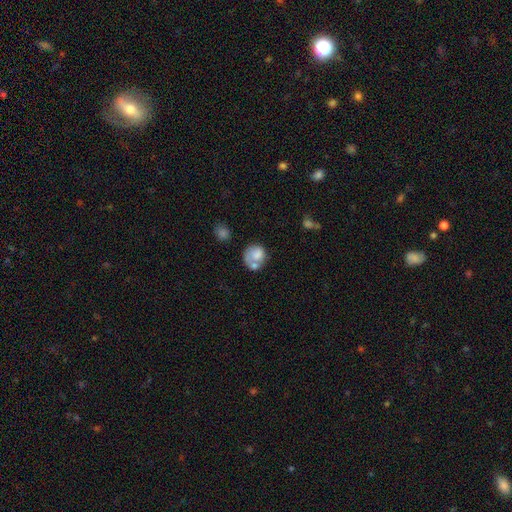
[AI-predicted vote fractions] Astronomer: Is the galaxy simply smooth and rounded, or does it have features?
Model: smooth — 68%.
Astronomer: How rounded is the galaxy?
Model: round — 74%.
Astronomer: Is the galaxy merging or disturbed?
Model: none — 38% (runner-up: merger, 30%).